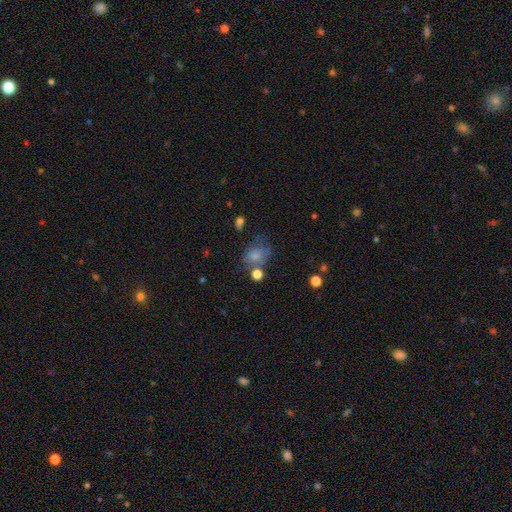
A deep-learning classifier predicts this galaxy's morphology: A smooth galaxy with no disk features (74%) that is in between round and cigar-shaped (64%). Merging: none (42%).